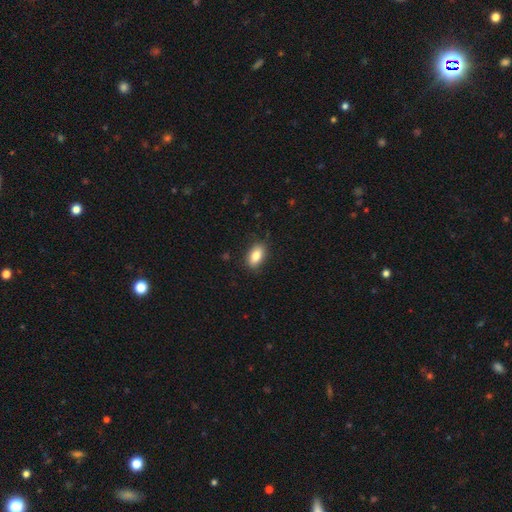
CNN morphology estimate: Smooth or featured: smooth — 83% (featured or disk — 10%)
How rounded: in between — 90% (round — 6%)
Merging: none — 85% (minor disturbance — 11%)